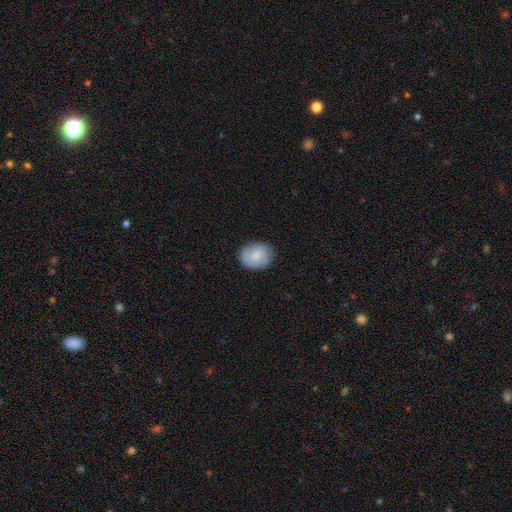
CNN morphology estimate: Smooth or featured: smooth — 81% (featured or disk — 12%)
How rounded: round — 65% (in between — 34%)
Merging: none — 85% (minor disturbance — 11%)